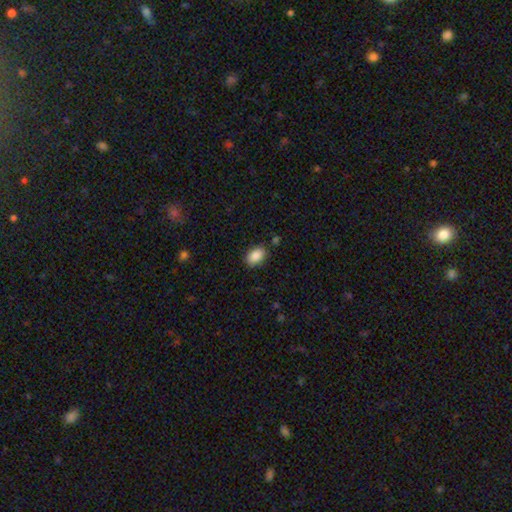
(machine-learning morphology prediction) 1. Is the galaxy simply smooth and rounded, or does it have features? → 88% smooth, 8% star or artifact, 4% featured or disk.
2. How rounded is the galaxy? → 88% in between, 11% round, 1% cigar-shaped.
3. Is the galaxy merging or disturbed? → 85% none, 11% minor disturbance, 3% major disturbance, 2% merger.